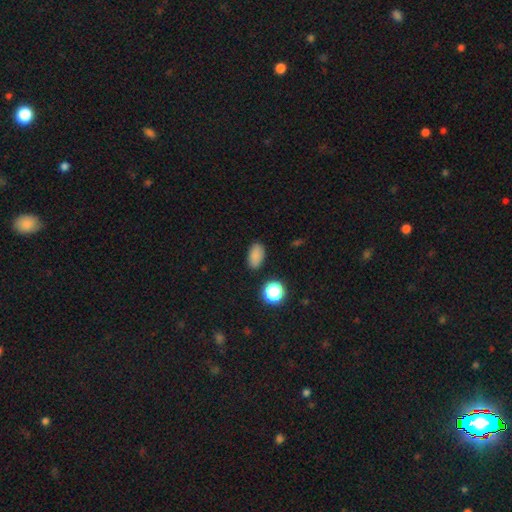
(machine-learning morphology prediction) Overall: smooth (84%). How rounded: in between (89%). Merging: none (86%).